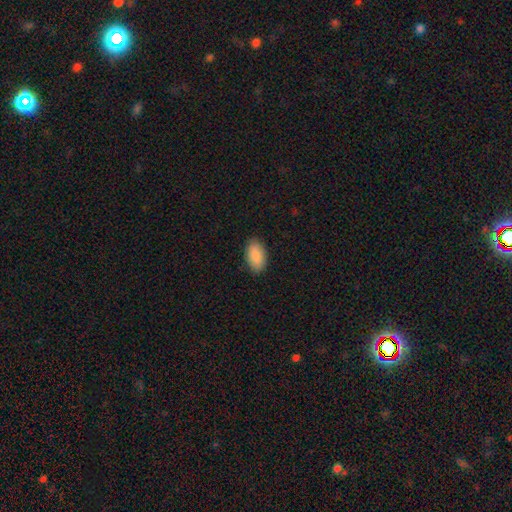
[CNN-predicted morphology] smooth_or_featured: smooth (p=0.88) [alt: star or artifact p=0.06]
how_rounded: in between (p=0.95) [alt: round p=0.03]
merging: none (p=0.88) [alt: minor disturbance p=0.09]